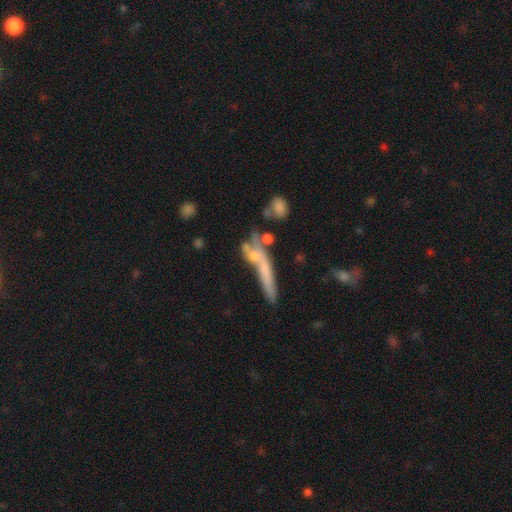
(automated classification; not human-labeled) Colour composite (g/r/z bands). It shows a smooth galaxy with no disk features (45%). Merging: merger (37%).